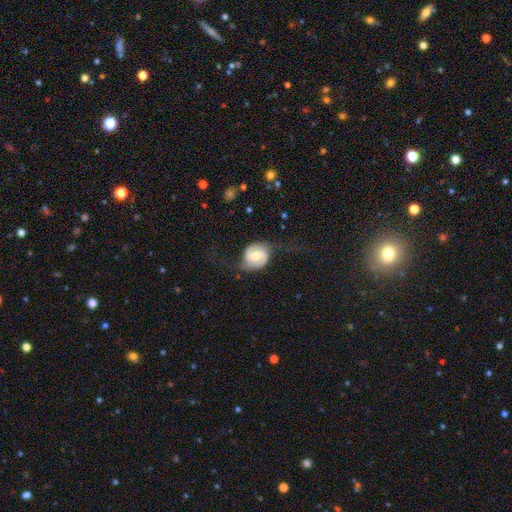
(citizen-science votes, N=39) This appears to be a featured or disk galaxy (72%) with a weak bar (57%), 2 (100%) loose (52%) spiral arms (89%) and a moderate central bulge (71%). Merging: none (72%).